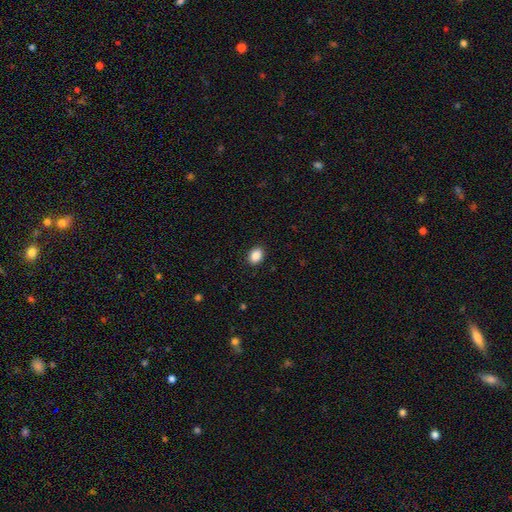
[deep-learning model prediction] Morphology: type=smooth (89%); roundness=in between (69%); merging=none (90%).